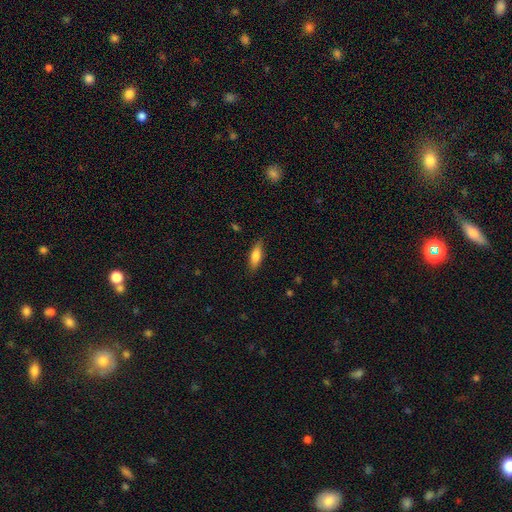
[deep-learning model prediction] Smooth or featured? Predicted: smooth (p=0.73). How rounded? Predicted: in between (p=0.56). Merging? Predicted: none (p=0.83).